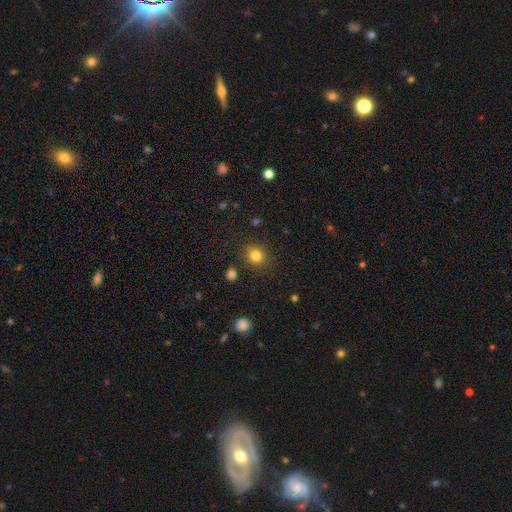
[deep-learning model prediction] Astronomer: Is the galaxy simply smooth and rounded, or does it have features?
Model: smooth — 82%.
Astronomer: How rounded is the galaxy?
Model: round — 83%.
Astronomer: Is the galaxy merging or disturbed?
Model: none — 85%.